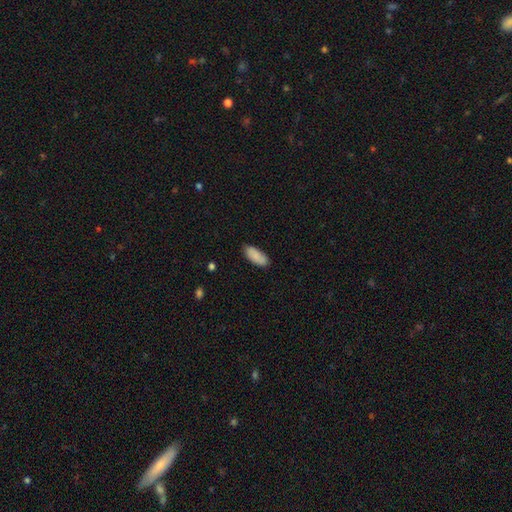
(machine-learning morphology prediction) Smooth or featured: smooth — 87% (featured or disk — 7%)
How rounded: in between — 83% (cigar-shaped — 16%)
Merging: none — 82% (minor disturbance — 14%)